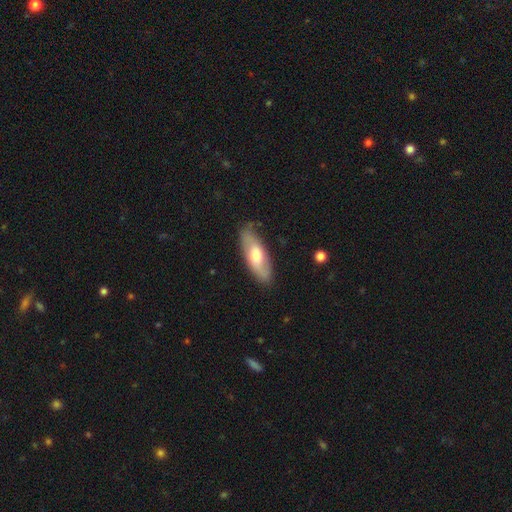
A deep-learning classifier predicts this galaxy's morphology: A smooth galaxy with no disk features (54%) that is in between round and cigar-shaped (72%).

Vote fractions:
- Smooth or featured? smooth: 54% / featured or disk: 41% / star or artifact: 5%
- How rounded? in between: 72% / cigar-shaped: 26% / round: 3%
- Merging? none: 82% / minor disturbance: 13% / major disturbance: 3% / merger: 2%